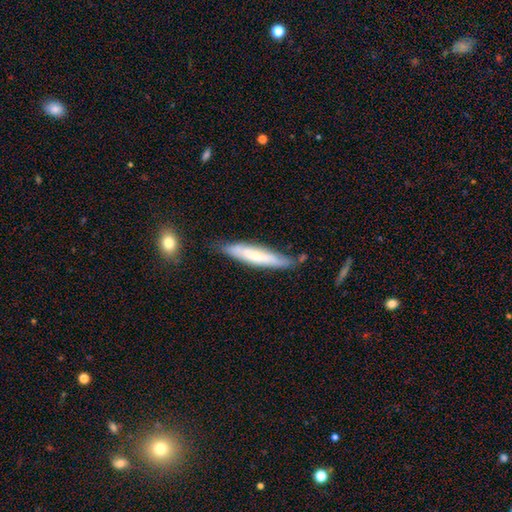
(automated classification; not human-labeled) A smooth galaxy with no disk features (58%) that is cigar-shaped (88%). Merging: none (72%).